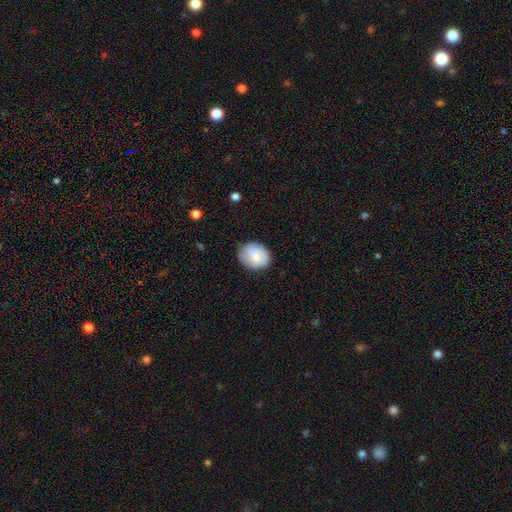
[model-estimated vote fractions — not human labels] Overall: smooth (75%). How rounded: in between (54%; round 45%). Merging: none (74%).